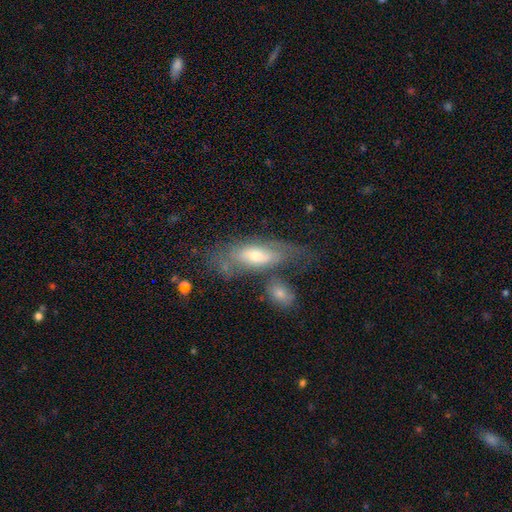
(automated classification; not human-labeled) A smooth galaxy with no disk features (48%).

Vote fractions:
- Smooth or featured? smooth: 48% / featured or disk: 44% / star or artifact: 8%
- Merging? none: 45% / minor disturbance: 20% / merger: 19% / major disturbance: 15%